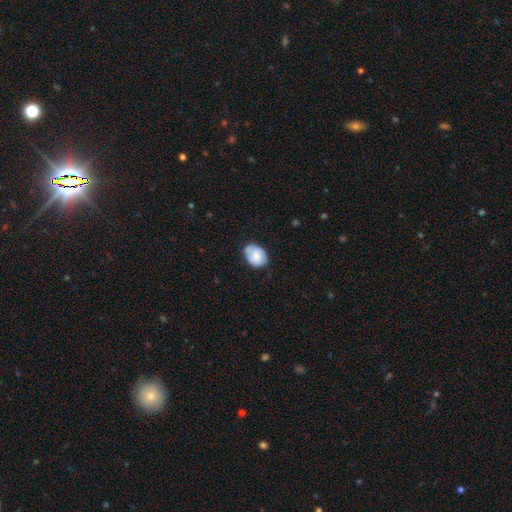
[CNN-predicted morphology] Smooth or featured? Predicted: smooth (p=0.75). How rounded? Predicted: in between (p=0.65). Merging? Predicted: none (p=0.62).